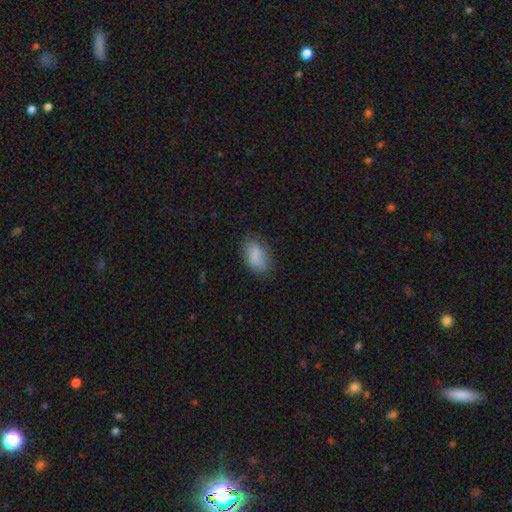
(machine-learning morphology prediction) Smooth or featured?
  - smooth: 81% *
  - featured or disk: 11%
  - star or artifact: 8%
How rounded?
  - in between: 91% *
  - round: 6%
  - cigar-shaped: 2%
Merging?
  - none: 67% *
  - minor disturbance: 24%
  - major disturbance: 7%
  - merger: 2%